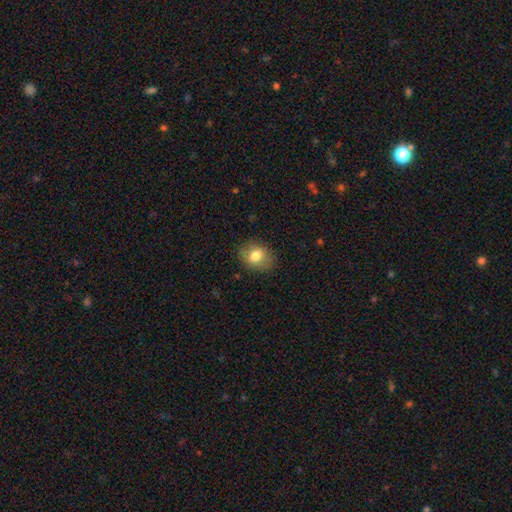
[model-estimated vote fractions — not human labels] Overall: smooth (79%). How rounded: in between (54%; round 45%). Merging: none (83%).